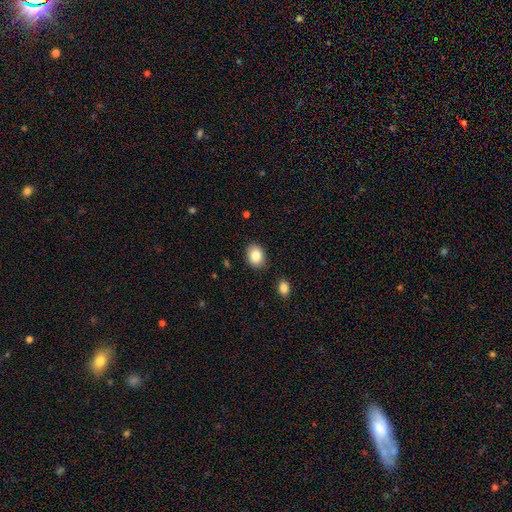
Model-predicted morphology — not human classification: Overall: smooth (86%). How rounded: in between (60%; round 39%). Merging: none (87%).